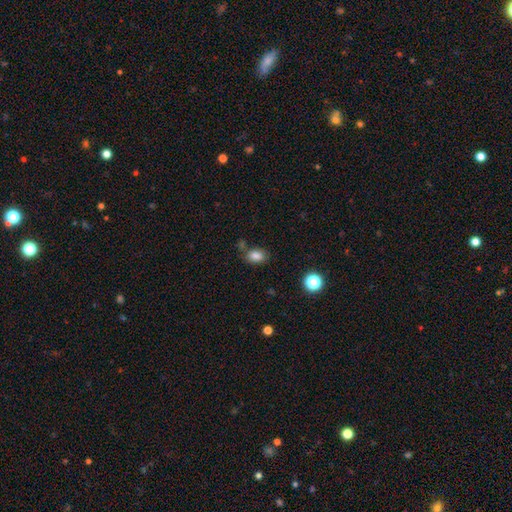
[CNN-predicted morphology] A smooth galaxy with no disk features (83%) that is in between round and cigar-shaped (80%). Merging: none (72%).